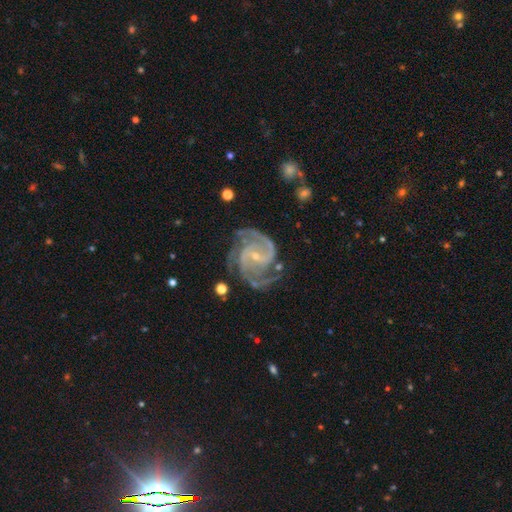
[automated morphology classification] smooth_or_featured: featured or disk (p=0.94) [alt: star or artifact p=0.04]
disk_edge_on: no (p=0.98) [alt: yes p=0.02]
bar: weak (p=0.44) [alt: no p=0.34]
has_spiral_arms: yes (p=0.99) [alt: no p=0.01]
spiral_winding: medium (p=0.50) [alt: tight p=0.43]
spiral_arm_count: 2 (p=0.49) [alt: 3 p=0.27]
bulge_size: small (p=0.77) [alt: moderate p=0.20]
merging: none (p=0.69) [alt: minor disturbance p=0.19]